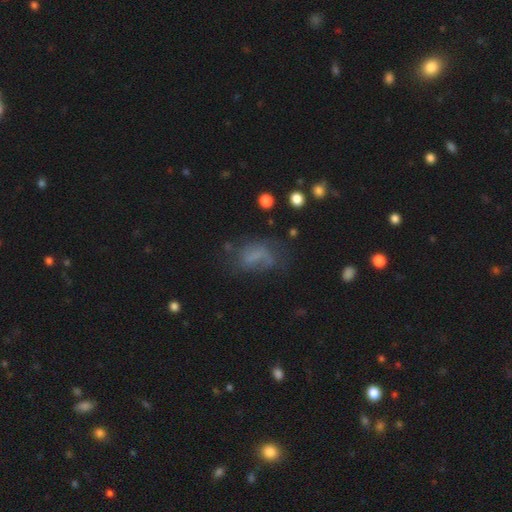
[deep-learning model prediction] Smooth or featured? smooth (48%)
Merging? none (39%)